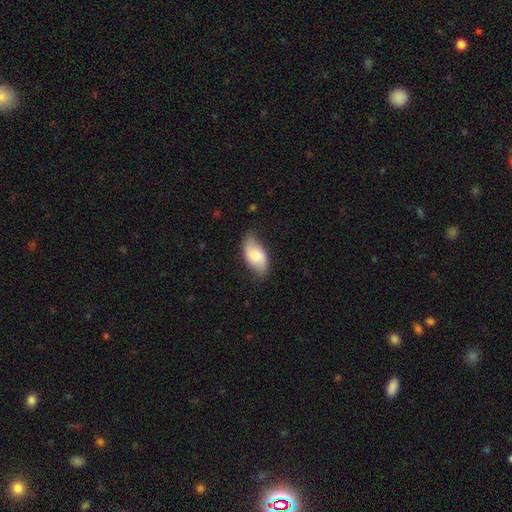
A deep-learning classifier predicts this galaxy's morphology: Smooth or featured? Predicted: smooth (p=0.58). How rounded? Predicted: in between (p=0.93). Merging? Predicted: none (p=0.72).